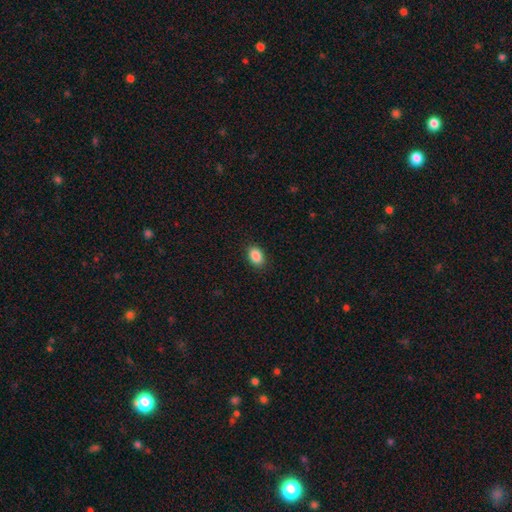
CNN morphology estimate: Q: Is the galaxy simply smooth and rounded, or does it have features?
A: smooth — 88%.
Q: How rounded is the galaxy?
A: in between — 84%.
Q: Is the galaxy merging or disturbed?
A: none — 89%.